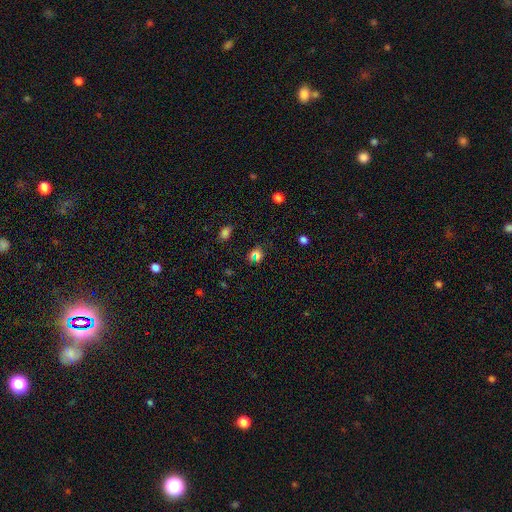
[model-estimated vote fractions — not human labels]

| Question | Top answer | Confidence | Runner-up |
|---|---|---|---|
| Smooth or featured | star or artifact | 46% | smooth (44%) |